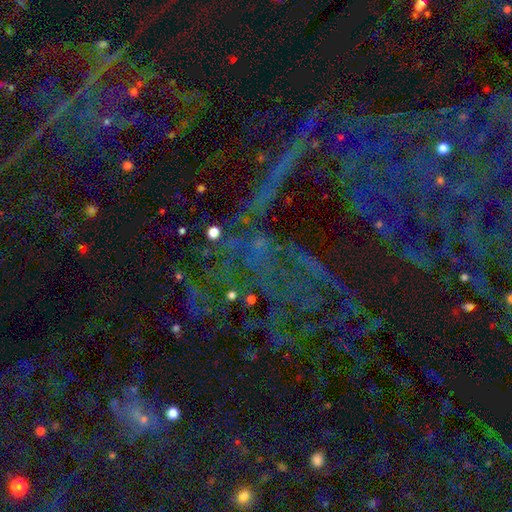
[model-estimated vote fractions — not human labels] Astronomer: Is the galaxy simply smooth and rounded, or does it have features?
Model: star or artifact — 84%.